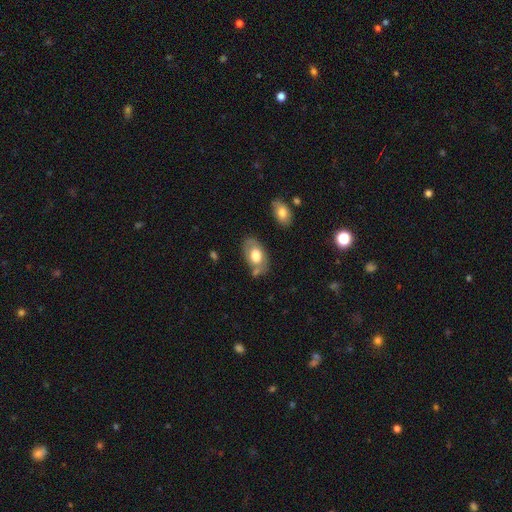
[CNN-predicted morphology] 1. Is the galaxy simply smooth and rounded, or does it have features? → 62% smooth, 32% featured or disk, 6% star or artifact.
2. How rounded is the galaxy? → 90% in between, 9% round, 1% cigar-shaped.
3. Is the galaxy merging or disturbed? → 63% none, 21% minor disturbance, 10% merger, 6% major disturbance.